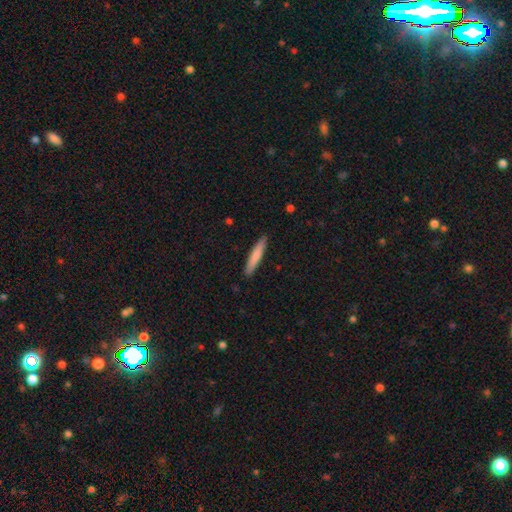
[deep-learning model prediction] smooth 75%, featured or disk 19%, star or artifact 5%. Down the decision tree: how rounded — cigar-shaped (93%); merging — none (90%).